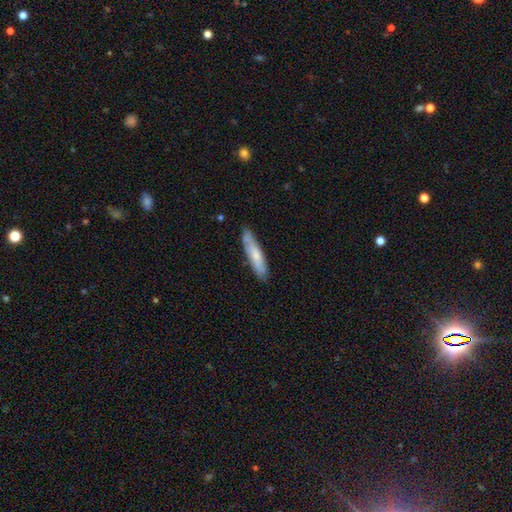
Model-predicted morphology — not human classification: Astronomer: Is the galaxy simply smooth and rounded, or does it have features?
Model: smooth — 62%.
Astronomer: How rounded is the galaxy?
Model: cigar-shaped — 80%.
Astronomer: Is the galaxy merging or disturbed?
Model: none — 78%.